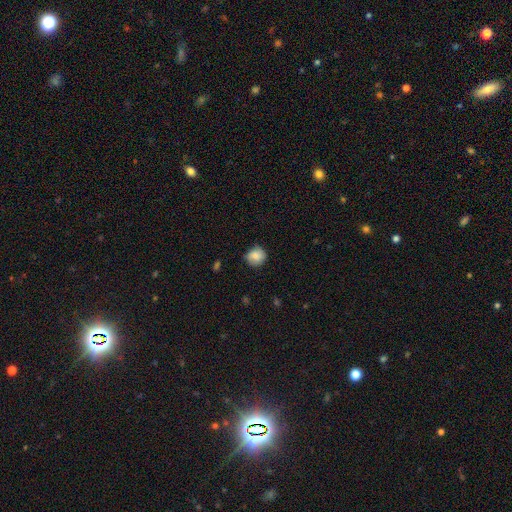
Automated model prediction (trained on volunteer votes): This appears to be a smooth galaxy with no disk features (83%) that is round (83%). Merging: none (74%).